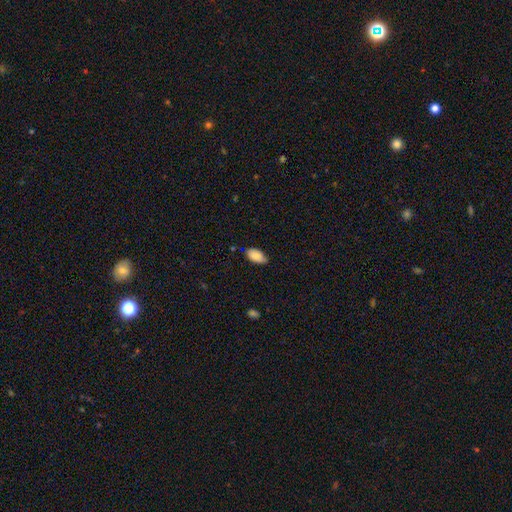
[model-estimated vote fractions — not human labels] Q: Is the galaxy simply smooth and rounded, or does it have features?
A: smooth — 85%.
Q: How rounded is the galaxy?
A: in between — 94%.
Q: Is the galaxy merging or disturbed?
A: none — 65%.